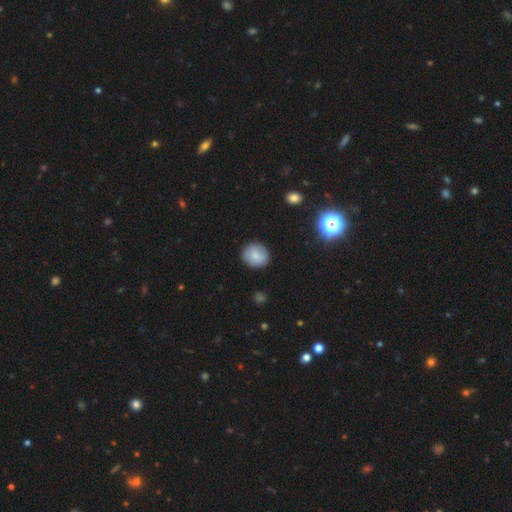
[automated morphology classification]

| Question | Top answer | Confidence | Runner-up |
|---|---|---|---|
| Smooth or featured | smooth | 80% | featured or disk (11%) |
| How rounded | round | 75% | in between (24%) |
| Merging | none | 84% | minor disturbance (12%) |